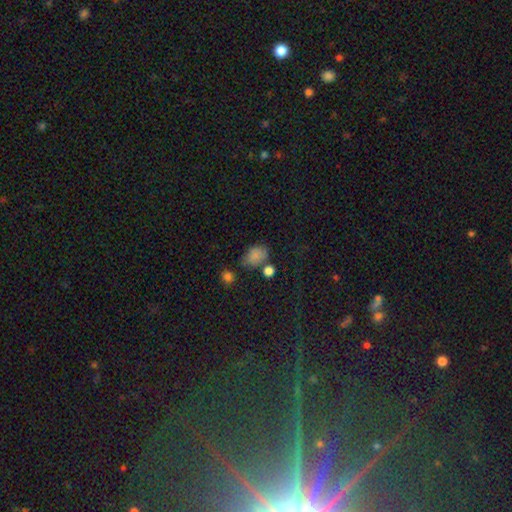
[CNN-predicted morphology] smooth-or-featured: smooth: 79% | star or artifact: 12% | featured or disk: 9%
  how-rounded: in between: 73% | round: 25% | cigar-shaped: 1%
  merging: none: 59% | minor disturbance: 22% | merger: 12% | major disturbance: 7%